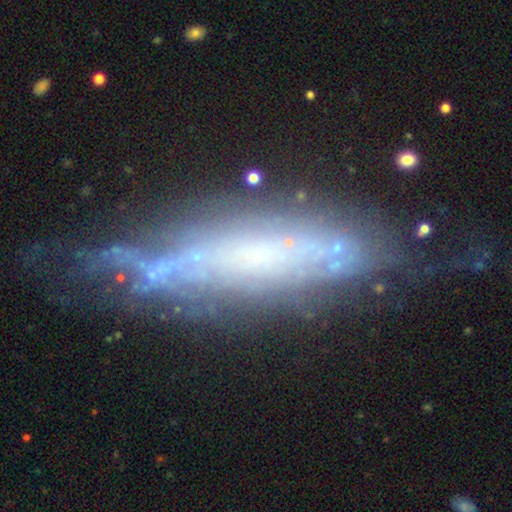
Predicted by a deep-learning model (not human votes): A featured or disk galaxy (66%) viewed edge-on (63%).

Vote fractions:
- Smooth or featured? featured or disk: 66% / smooth: 24% / star or artifact: 10%
- Edge-on disk? yes: 63% / no: 37%
- Merging? none: 58% / minor disturbance: 26% / major disturbance: 12% / merger: 4%